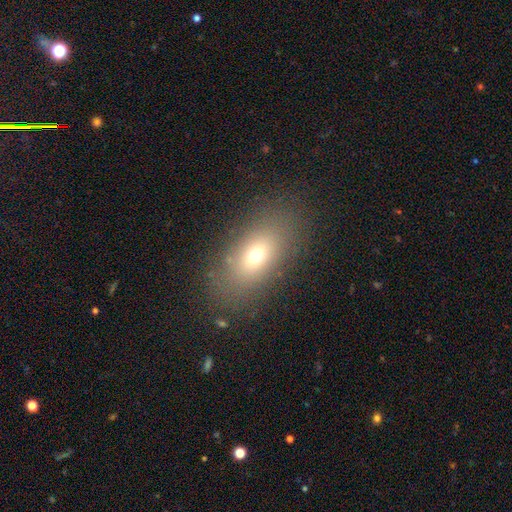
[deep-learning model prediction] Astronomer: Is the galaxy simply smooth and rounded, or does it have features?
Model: smooth — 67%.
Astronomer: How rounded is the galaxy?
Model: in between — 81%.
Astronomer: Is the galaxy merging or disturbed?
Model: none — 83%.